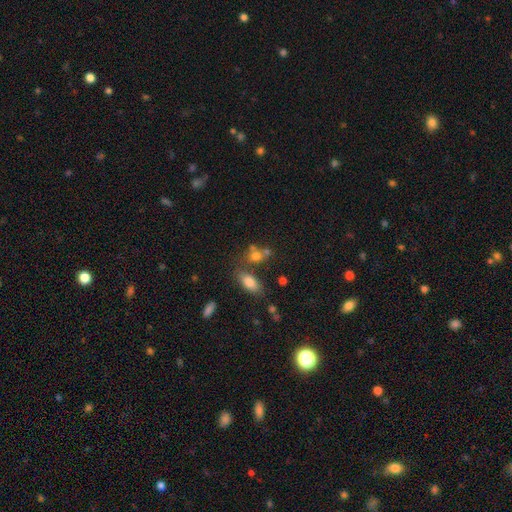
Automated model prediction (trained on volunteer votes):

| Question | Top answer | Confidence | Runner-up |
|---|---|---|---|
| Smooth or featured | smooth | 73% | star or artifact (14%) |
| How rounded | in between | 52% | round (45%) |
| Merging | none | 43% | merger (38%) |